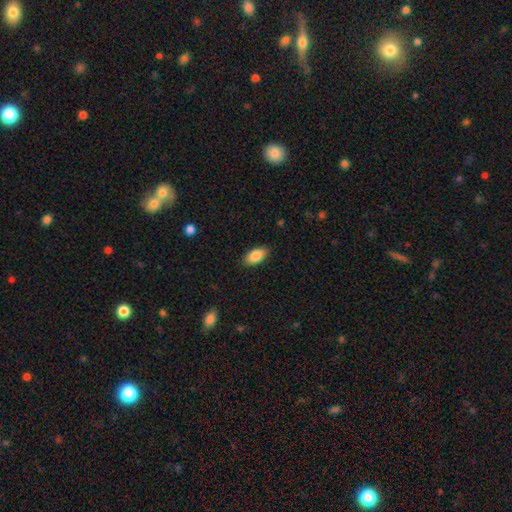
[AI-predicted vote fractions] smooth 87%, star or artifact 7%, featured or disk 6%. Down the decision tree: how rounded — in between (93%); merging — none (87%).